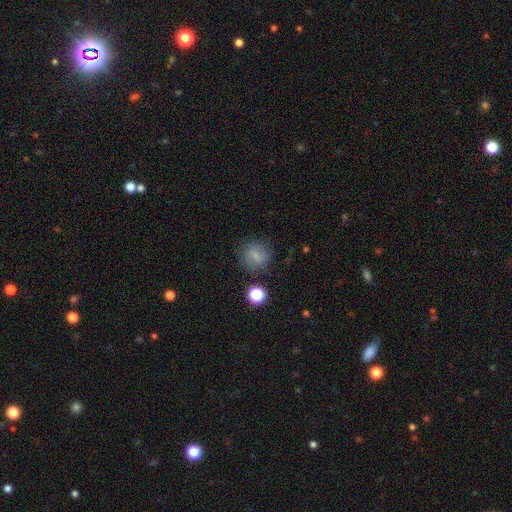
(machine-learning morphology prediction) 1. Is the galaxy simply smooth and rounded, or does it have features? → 69% smooth, 17% featured or disk, 14% star or artifact.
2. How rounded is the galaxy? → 80% round, 19% in between, 2% cigar-shaped.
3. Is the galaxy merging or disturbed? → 80% none, 12% minor disturbance, 5% major disturbance, 3% merger.